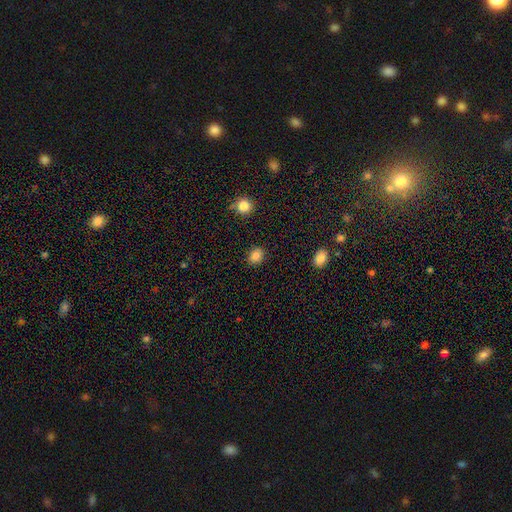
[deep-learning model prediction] Smooth or featured? smooth (86%)
How rounded? round (60%)
Merging? none (89%)